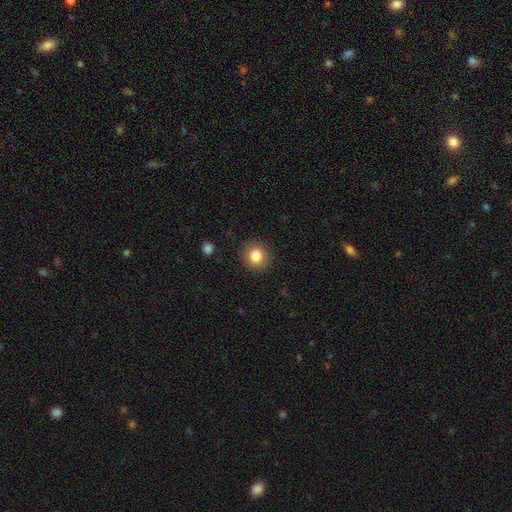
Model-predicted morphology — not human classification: A smooth galaxy with no disk features (83%) that is round (81%). Merging: none (87%).